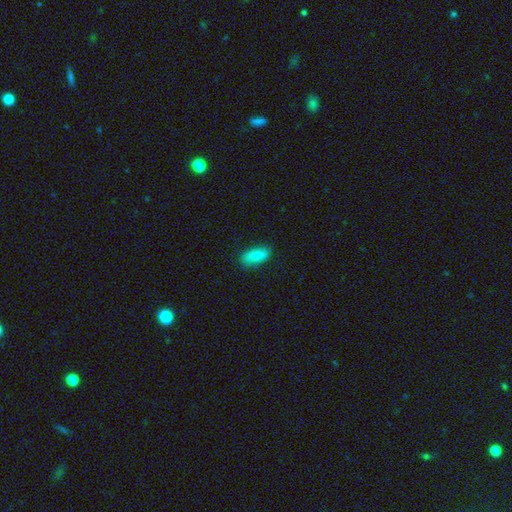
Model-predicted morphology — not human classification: A smooth galaxy with no disk features (79%) that is in between round and cigar-shaped (84%). Merging: none (83%).